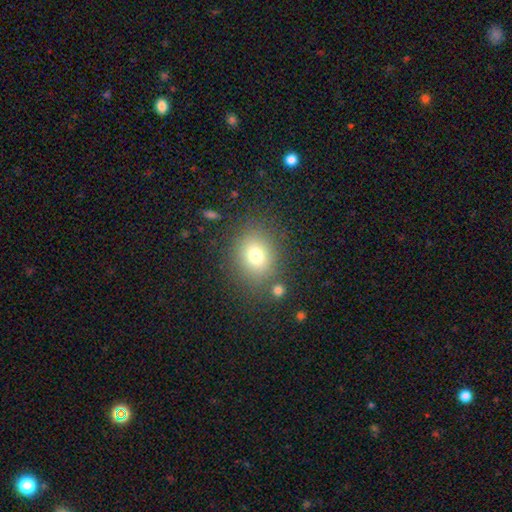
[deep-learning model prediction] A smooth galaxy with no disk features (73%) that is round (69%). Merging: none (80%).